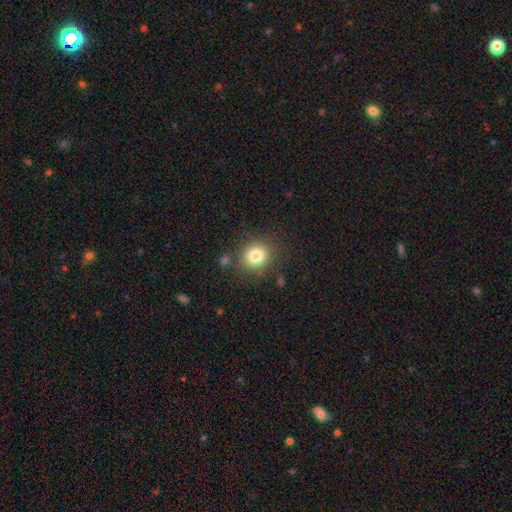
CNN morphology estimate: This appears to be a smooth galaxy with no disk features (81%) that is round (81%). Merging: none (82%).